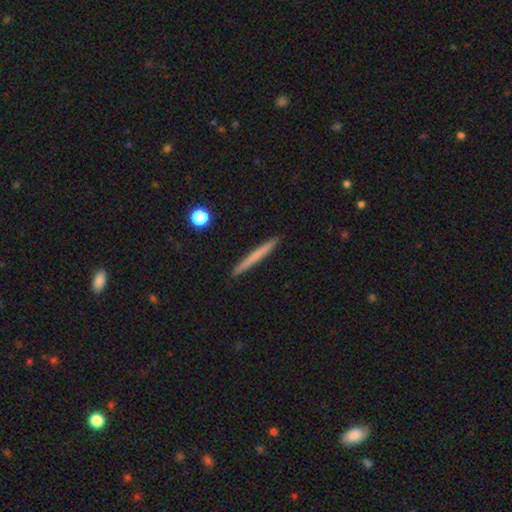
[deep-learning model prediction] A smooth galaxy with no disk features (63%) that is cigar-shaped (97%).

Vote fractions:
- Smooth or featured? smooth: 63% / featured or disk: 32% / star or artifact: 6%
- How rounded? cigar-shaped: 97% / in between: 2% / round: 1%
- Merging? none: 92% / minor disturbance: 5% / major disturbance: 1% / merger: 1%